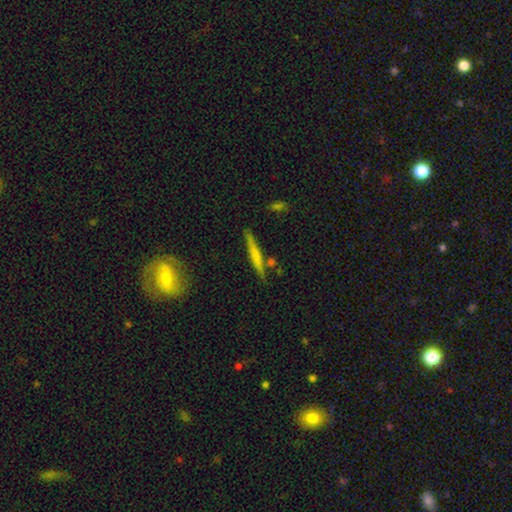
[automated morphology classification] type=smooth (54%); roundness=cigar-shaped (94%); merging=none (80%).